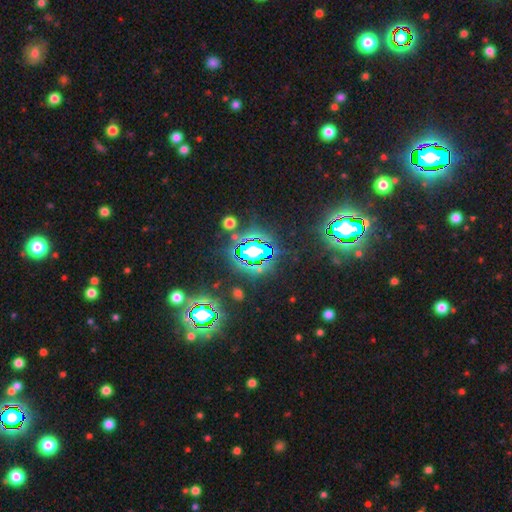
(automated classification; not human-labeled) Overall: star or artifact (80%).